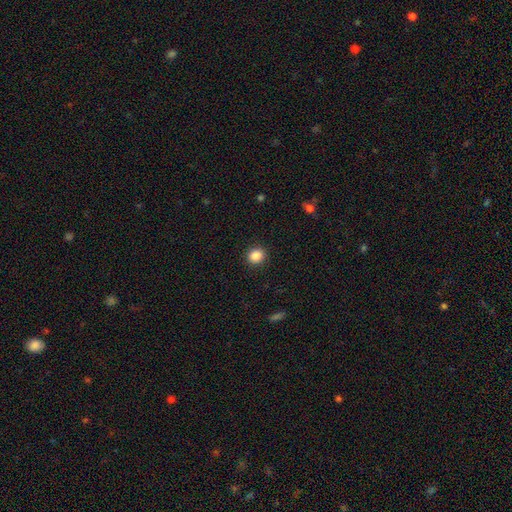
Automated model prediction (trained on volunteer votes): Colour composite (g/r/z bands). It shows a smooth galaxy with no disk features (87%) that is round (77%). Merging: none (91%).